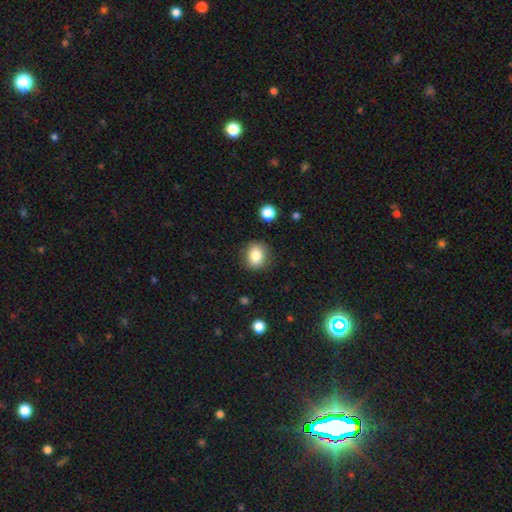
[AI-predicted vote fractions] Smooth or featured? Predicted: smooth (p=0.83). How rounded? Predicted: round (p=0.66). Merging? Predicted: none (p=0.86).